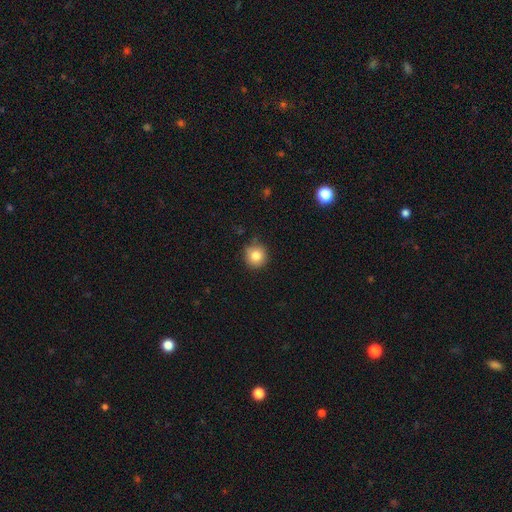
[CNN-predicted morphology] A smooth galaxy with no disk features (83%) that is round (93%).

Vote fractions:
- Smooth or featured? smooth: 83% / star or artifact: 10% / featured or disk: 7%
- How rounded? round: 93% / in between: 6% / cigar-shaped: 1%
- Merging? none: 83% / minor disturbance: 13% / major disturbance: 2% / merger: 2%